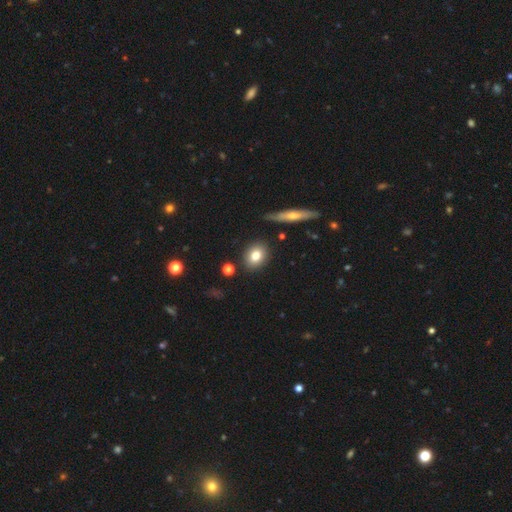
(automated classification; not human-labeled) Overall: smooth (80%). How rounded: in between (51%; round 47%). Merging: none (86%).